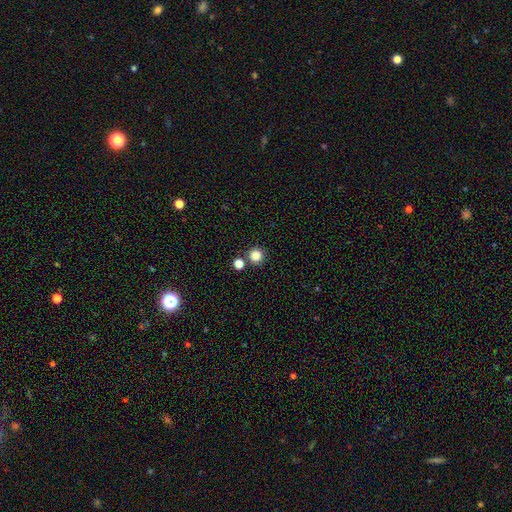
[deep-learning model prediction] smooth 84%, star or artifact 13%, featured or disk 4%. Down the decision tree: how rounded — round (95%); merging — none (82%).